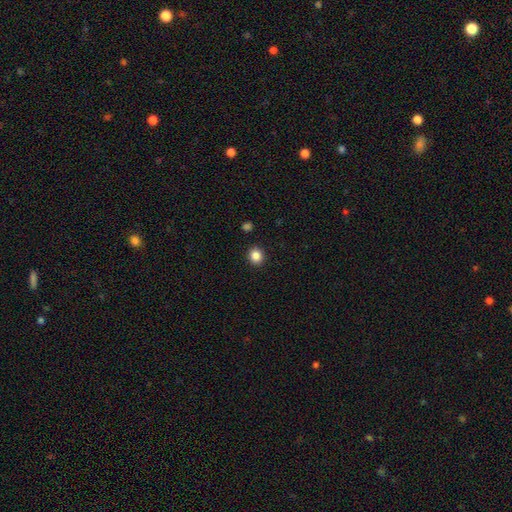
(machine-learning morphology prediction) The model was most divided on "how rounded": round: 80%, in between: 19%, cigar-shaped: 1%. More confident: merging — none (91%); smooth or featured — smooth (86%).